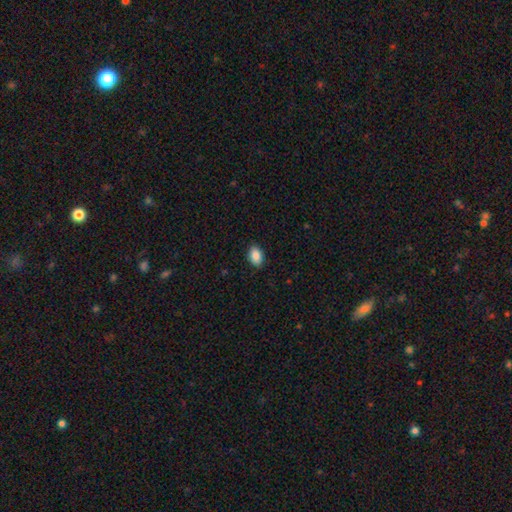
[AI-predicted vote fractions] Smooth or featured: smooth — 89% (star or artifact — 7%)
How rounded: in between — 87% (round — 11%)
Merging: none — 89% (minor disturbance — 8%)